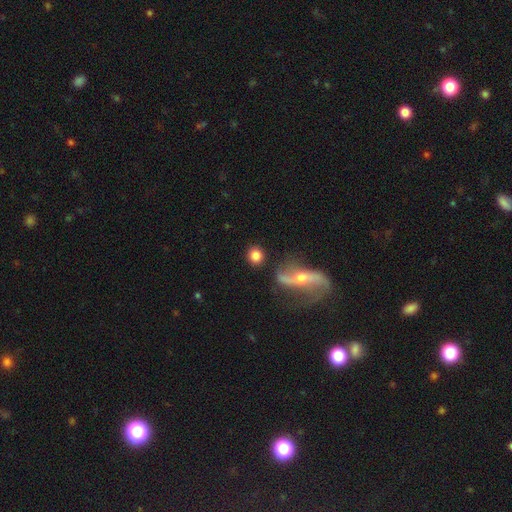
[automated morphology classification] This appears to be a smooth galaxy with no disk features (78%) that is round (88%). Merging: none (83%).